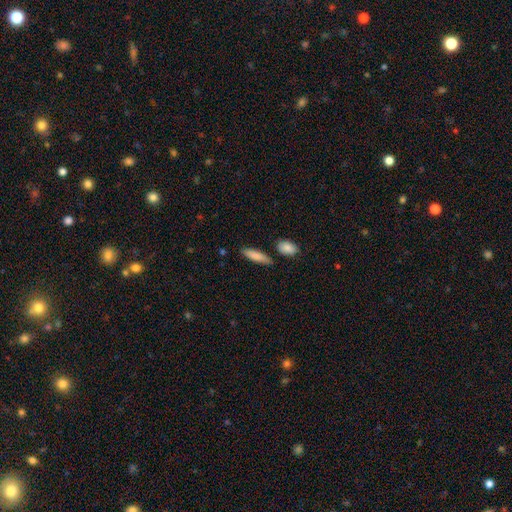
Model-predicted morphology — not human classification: Smooth or featured: smooth — 84% (featured or disk — 10%)
How rounded: cigar-shaped — 64% (in between — 33%)
Merging: none — 81% (minor disturbance — 12%)